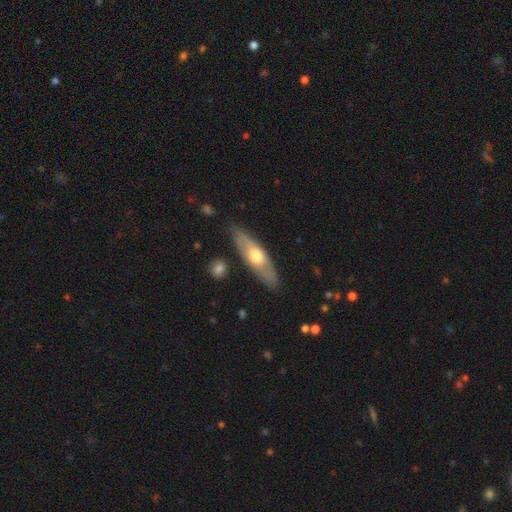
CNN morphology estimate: type=featured or disk (49%); merging=none (84%).